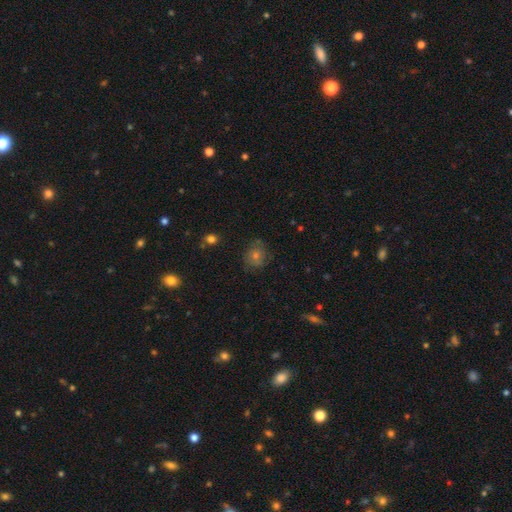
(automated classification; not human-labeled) Smooth or featured?
  - smooth: 42% *
  - featured or disk: 32%
  - star or artifact: 26%
Merging?
  - none: 77% *
  - minor disturbance: 16%
  - major disturbance: 6%
  - merger: 2%